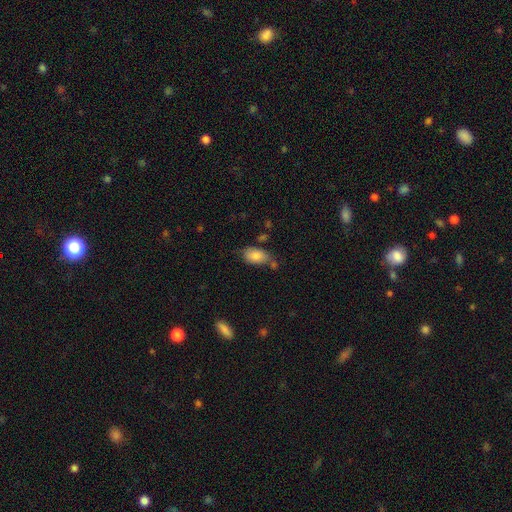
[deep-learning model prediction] The model was most divided on "merging": none: 59%, minor disturbance: 24%, merger: 11%, major disturbance: 6%. More confident: how rounded — in between (91%); smooth or featured — smooth (81%).